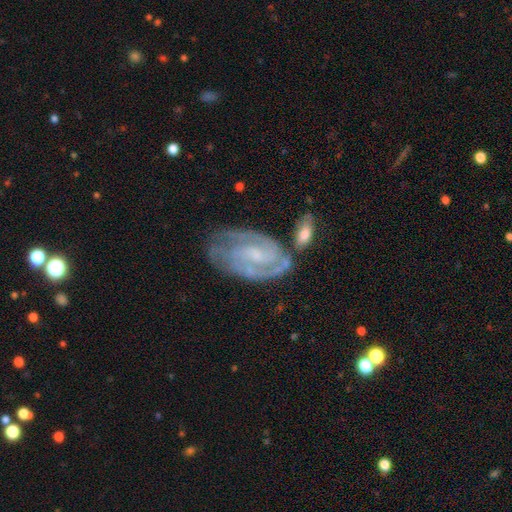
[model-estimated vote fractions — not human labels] smooth_or_featured: featured or disk (p=0.84) [alt: smooth p=0.10]
disk_edge_on: no (p=0.96) [alt: yes p=0.04]
bar: weak (p=0.47) [alt: no p=0.40]
has_spiral_arms: yes (p=0.95) [alt: no p=0.05]
spiral_winding: tight (p=0.57) [alt: medium p=0.35]
spiral_arm_count: 2 (p=0.56) [alt: can't tell p=0.19]
bulge_size: small (p=0.57) [alt: moderate p=0.21]
merging: none (p=0.58) [alt: minor disturbance p=0.20]